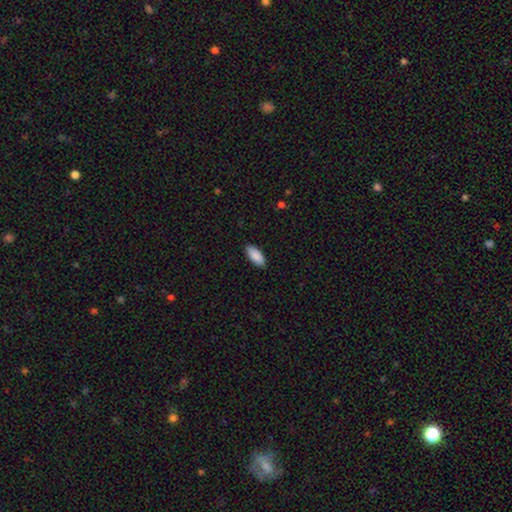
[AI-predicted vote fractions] Smooth or featured? Predicted: smooth (p=0.90). How rounded? Predicted: in between (p=0.88). Merging? Predicted: none (p=0.89).